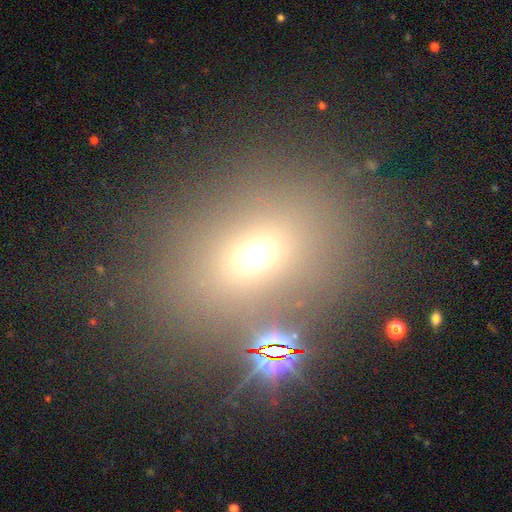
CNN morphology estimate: This is likely a smooth galaxy (63%). How rounded: possibly in between (57%). Merging: likely none (64%).